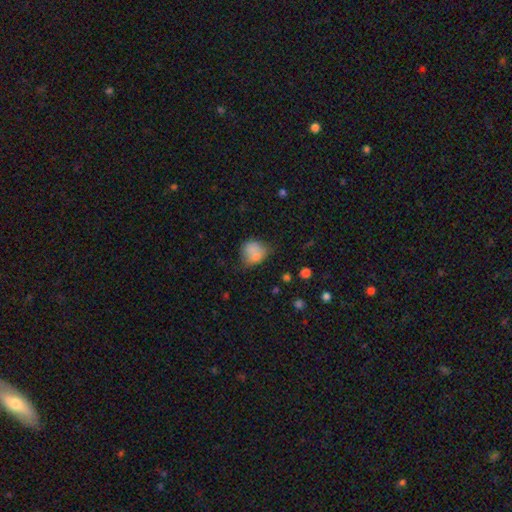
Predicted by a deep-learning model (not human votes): Morphology: type=smooth (75%); roundness=round (59%); merging=none (38%).